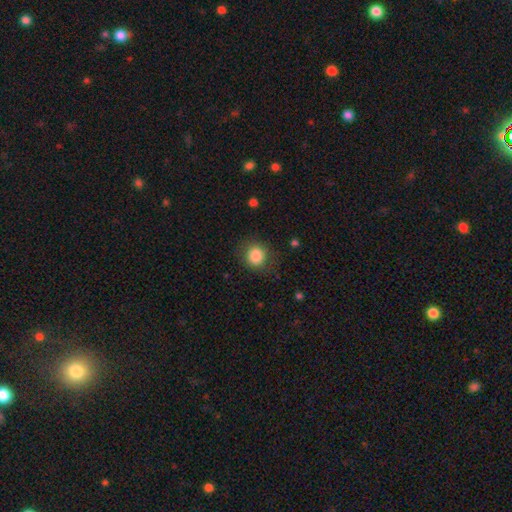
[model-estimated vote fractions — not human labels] Morphology: type=smooth (86%); roundness=round (84%); merging=none (81%).